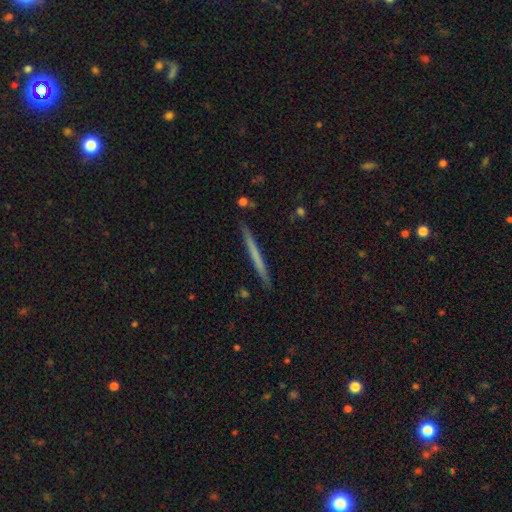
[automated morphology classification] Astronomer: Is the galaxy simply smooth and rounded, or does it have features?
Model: smooth — 55% (runner-up: featured or disk, 40%).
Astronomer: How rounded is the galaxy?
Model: cigar-shaped — 97%.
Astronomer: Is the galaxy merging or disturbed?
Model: none — 91%.